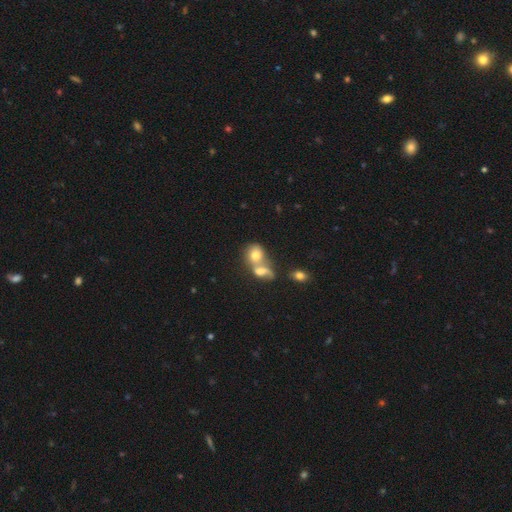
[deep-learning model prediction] A smooth galaxy with no disk features (71%) that is round (53%). Merging: merger (66%).